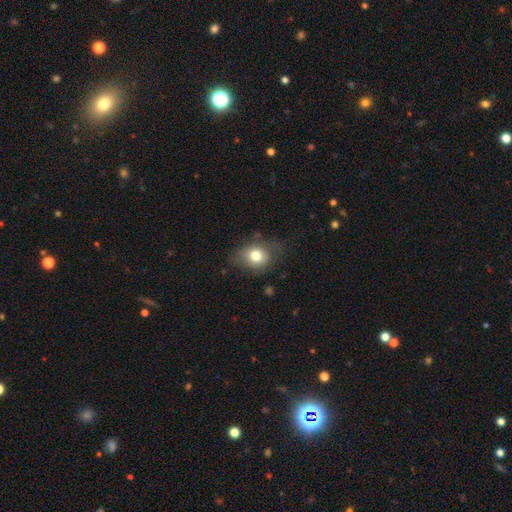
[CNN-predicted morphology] This is likely a smooth galaxy (75%). How rounded: possibly round (54%). Merging: likely none (64%).